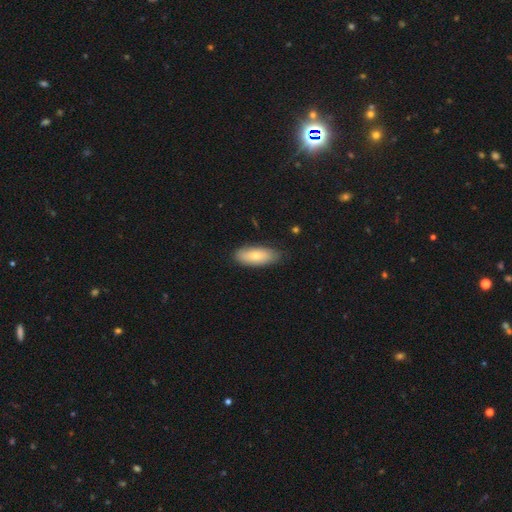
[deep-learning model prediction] This is likely a smooth galaxy (73%). How rounded: clearly in between (84%). Merging: clearly none (80%).